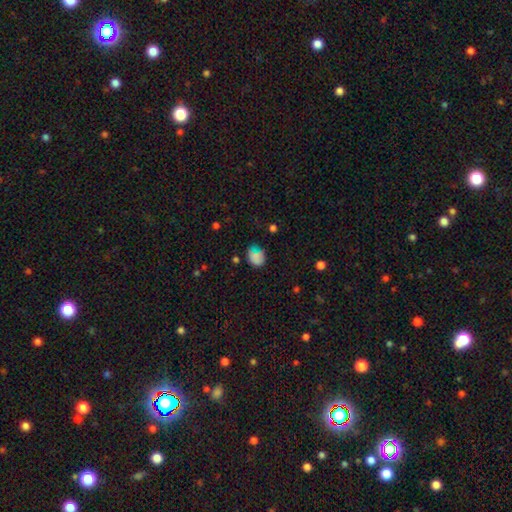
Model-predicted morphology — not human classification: A smooth galaxy with no disk features (72%) that is round (52%). Merging: none (61%).